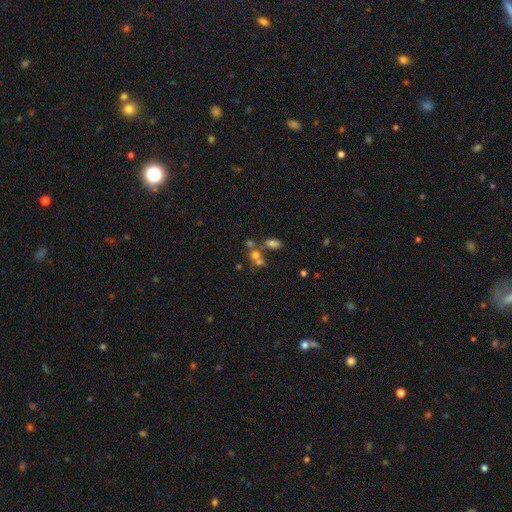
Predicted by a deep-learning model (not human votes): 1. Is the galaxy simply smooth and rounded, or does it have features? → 42% star or artifact, 37% smooth, 20% featured or disk.